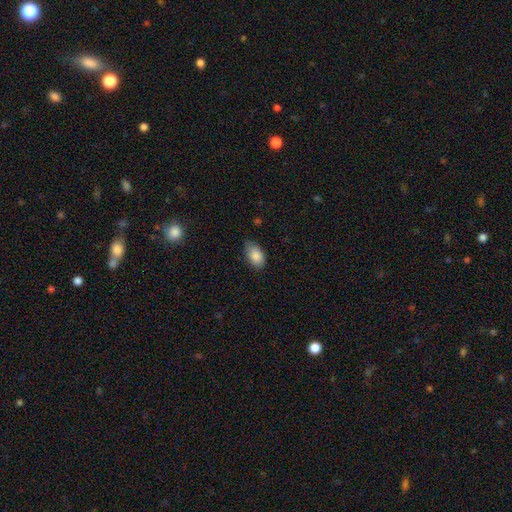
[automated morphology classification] smooth_or_featured: smooth (p=0.87) [alt: star or artifact p=0.07]
how_rounded: in between (p=0.91) [alt: round p=0.08]
merging: none (p=0.64) [alt: minor disturbance p=0.30]